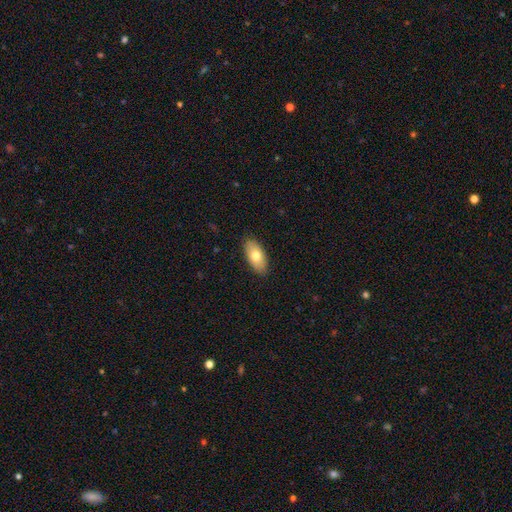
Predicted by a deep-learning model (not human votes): Smooth or featured? Predicted: smooth (p=0.74). How rounded? Predicted: in between (p=0.90). Merging? Predicted: none (p=0.88).